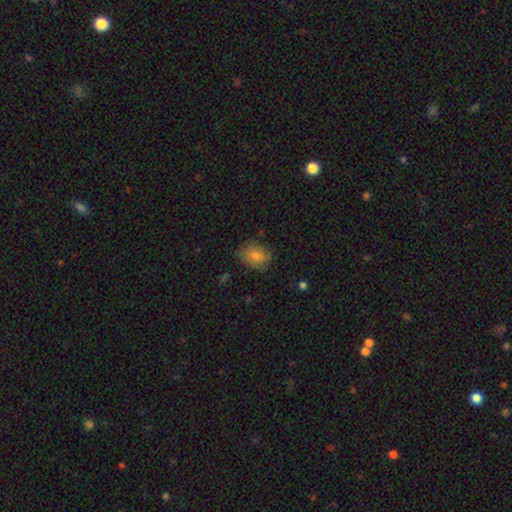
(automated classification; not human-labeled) Smooth or featured: smooth — 74% (featured or disk — 15%)
How rounded: in between — 63% (round — 35%)
Merging: none — 77% (minor disturbance — 18%)